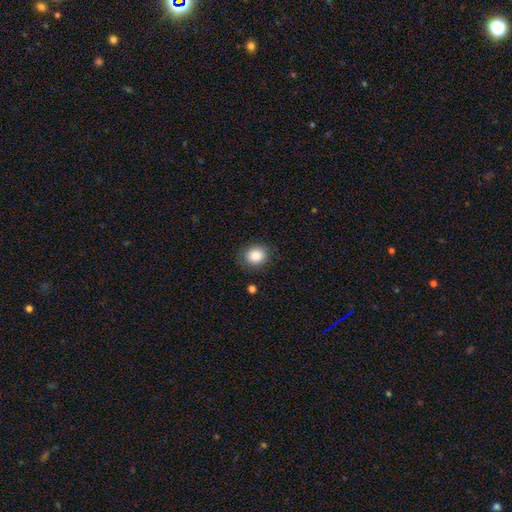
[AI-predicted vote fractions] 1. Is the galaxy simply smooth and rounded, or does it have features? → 86% smooth, 9% star or artifact, 4% featured or disk.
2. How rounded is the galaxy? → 71% round, 28% in between, 1% cigar-shaped.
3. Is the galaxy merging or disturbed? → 85% none, 11% minor disturbance, 3% major disturbance, 1% merger.